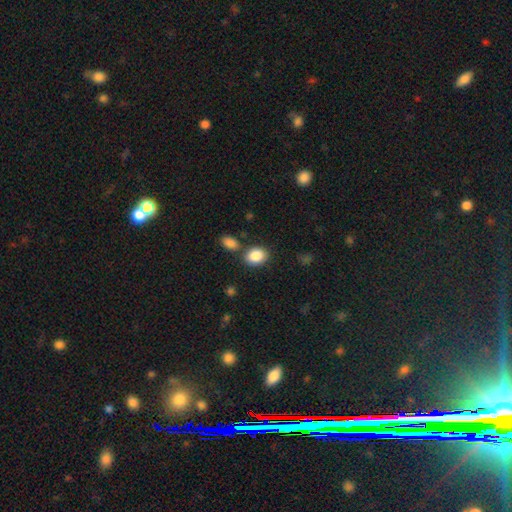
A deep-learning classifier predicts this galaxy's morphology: Overall: smooth (87%). How rounded: in between (61%; round 38%). Merging: none (75%).